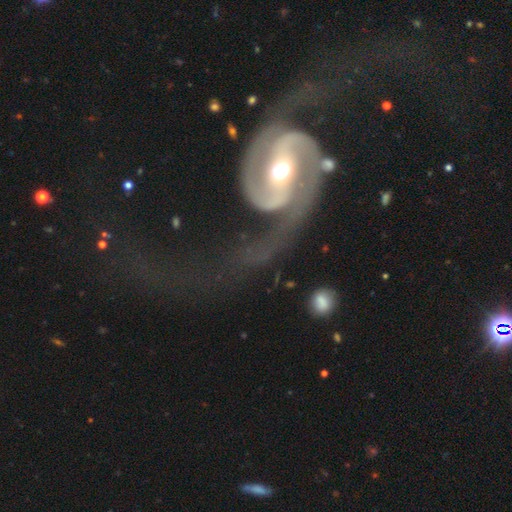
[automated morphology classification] smooth_or_featured: featured or disk (p=0.91) [alt: star or artifact p=0.05]
disk_edge_on: no (p=0.97) [alt: yes p=0.03]
bar: strong (p=0.45) [alt: weak p=0.33]
has_spiral_arms: yes (p=0.97) [alt: no p=0.03]
spiral_winding: medium (p=0.44) [alt: loose p=0.38]
spiral_arm_count: 2 (p=0.91) [alt: 1 p=0.03]
bulge_size: moderate (p=0.63) [alt: small p=0.27]
merging: none (p=0.51) [alt: major disturbance p=0.31]